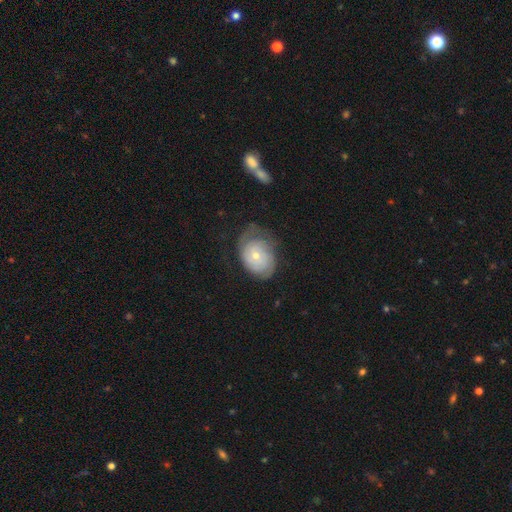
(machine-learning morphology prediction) type=featured or disk (69%); edge-on=no (96%); bar=no (80%); spiral arms=yes (88%); winding=tight (70%); arm count=can't tell (42%); bulge=small (55%); merging=none (56%).